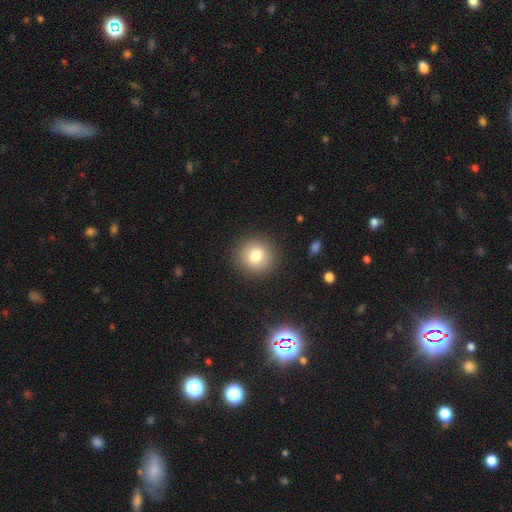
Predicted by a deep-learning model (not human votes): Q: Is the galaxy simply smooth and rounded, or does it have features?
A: smooth — 78%.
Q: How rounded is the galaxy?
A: round — 89%.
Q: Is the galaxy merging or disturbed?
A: none — 89%.